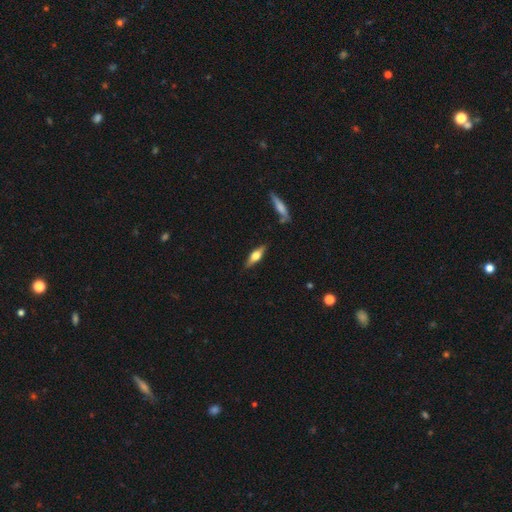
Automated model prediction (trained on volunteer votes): The model was most divided on "smooth or featured": featured or disk: 51%, smooth: 42%, star or artifact: 6%. More confident: edge-on disk — yes (92%); merging — none (84%).